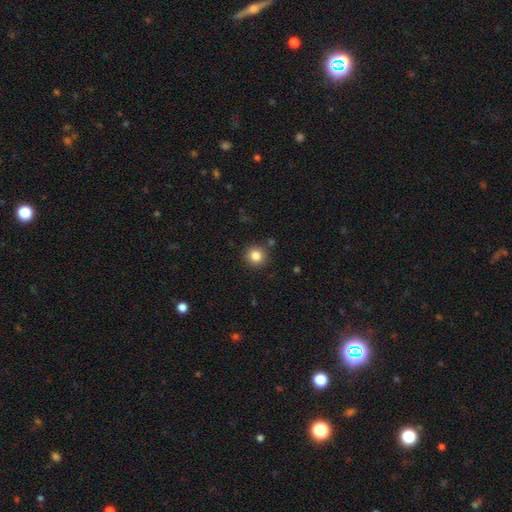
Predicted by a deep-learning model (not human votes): smooth_or_featured: smooth (p=0.84) [alt: star or artifact p=0.11]
how_rounded: round (p=0.93) [alt: in between p=0.06]
merging: none (p=0.88) [alt: minor disturbance p=0.07]